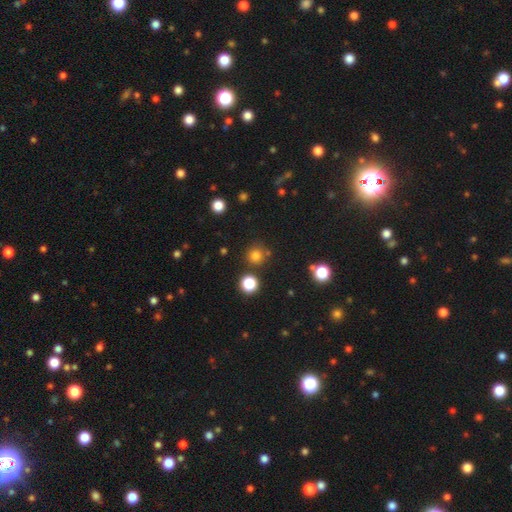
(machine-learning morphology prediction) This appears to be a smooth galaxy with no disk features (78%) that is round (93%). Merging: none (81%).